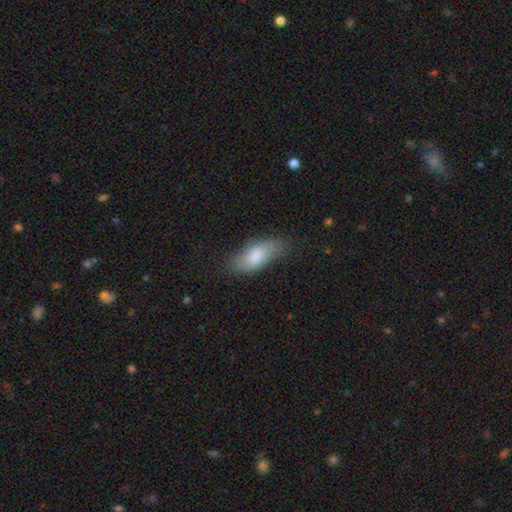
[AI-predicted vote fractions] A smooth galaxy with no disk features (76%) that is in between round and cigar-shaped (81%).

Vote fractions:
- Smooth or featured? smooth: 76% / featured or disk: 17% / star or artifact: 7%
- How rounded? in between: 81% / cigar-shaped: 16% / round: 3%
- Merging? none: 69% / minor disturbance: 24% / major disturbance: 5% / merger: 1%